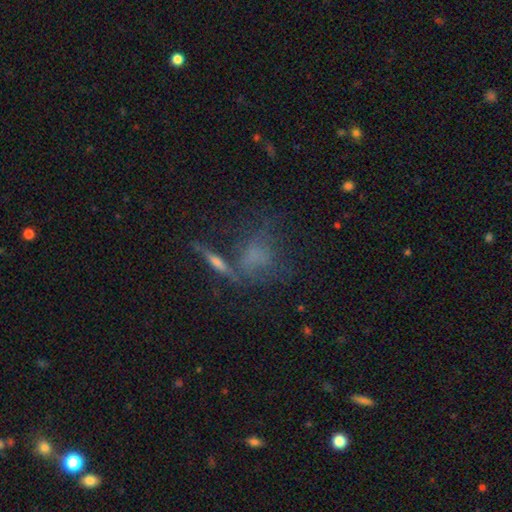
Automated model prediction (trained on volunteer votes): Smooth or featured? smooth (42%)
Merging? none (46%)